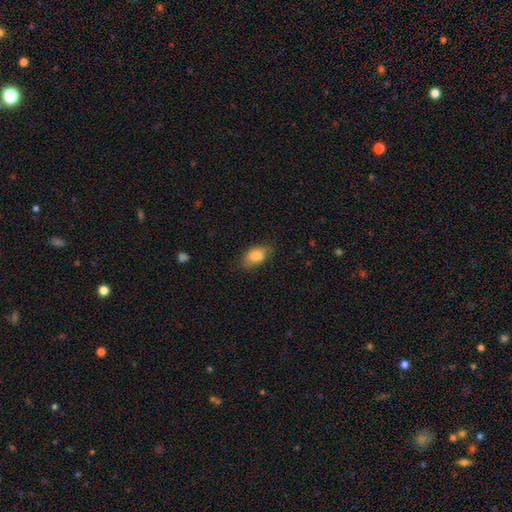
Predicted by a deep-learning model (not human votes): Smooth or featured? smooth (82%)
How rounded? in between (86%)
Merging? none (71%)